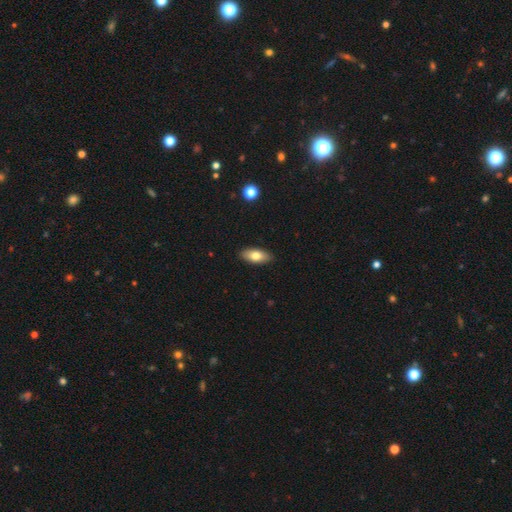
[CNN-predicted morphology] Smooth or featured: smooth — 77% (featured or disk — 17%)
How rounded: in between — 85% (cigar-shaped — 12%)
Merging: none — 90% (minor disturbance — 8%)